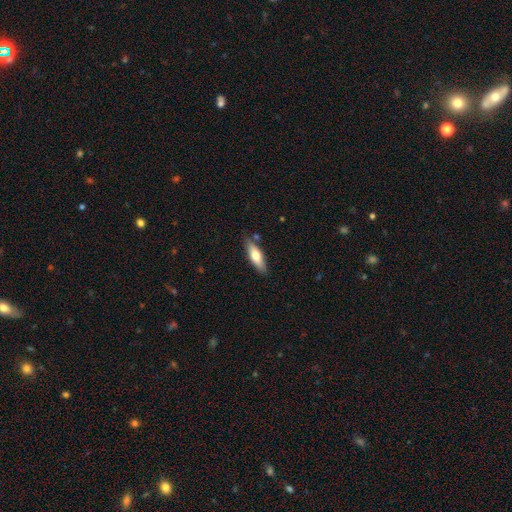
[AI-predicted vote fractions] smooth_or_featured: smooth (p=0.64) [alt: featured or disk p=0.30]
how_rounded: cigar-shaped (p=0.50) [alt: in between p=0.48]
merging: none (p=0.80) [alt: minor disturbance p=0.13]